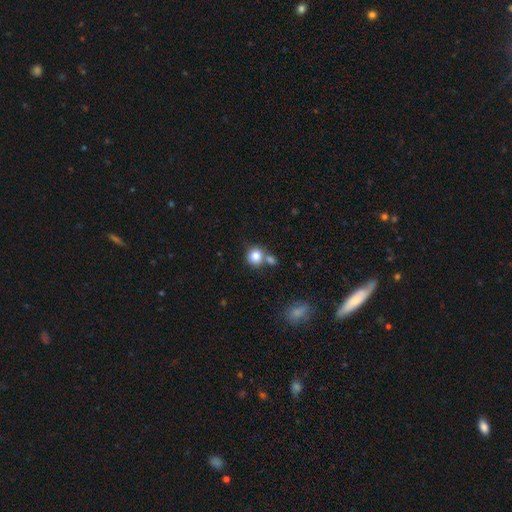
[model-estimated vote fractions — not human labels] A smooth galaxy with no disk features (82%) that is round (85%).

Vote fractions:
- Smooth or featured? smooth: 82% / star or artifact: 10% / featured or disk: 8%
- How rounded? round: 85% / in between: 14% / cigar-shaped: 1%
- Merging? none: 57% / merger: 28% / minor disturbance: 11% / major disturbance: 4%